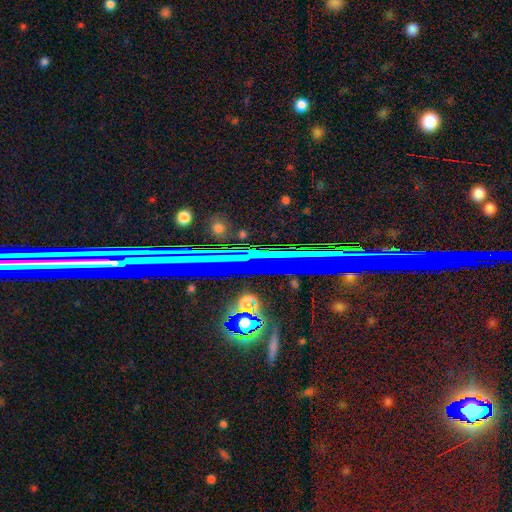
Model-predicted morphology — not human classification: Smooth or featured: star or artifact — 78% (featured or disk — 13%)